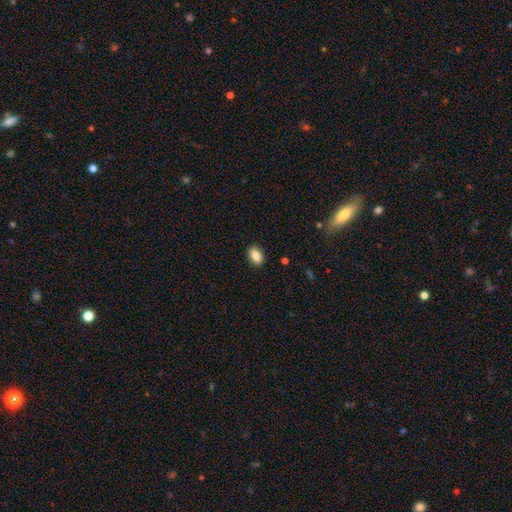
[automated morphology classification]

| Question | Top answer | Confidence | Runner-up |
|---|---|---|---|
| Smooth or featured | smooth | 83% | featured or disk (9%) |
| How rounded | in between | 84% | round (14%) |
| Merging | none | 89% | minor disturbance (8%) |